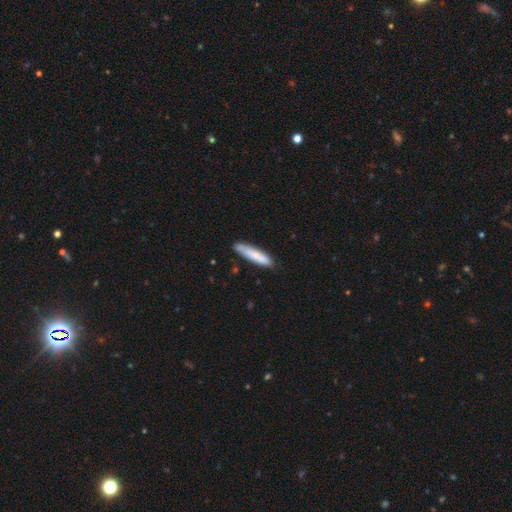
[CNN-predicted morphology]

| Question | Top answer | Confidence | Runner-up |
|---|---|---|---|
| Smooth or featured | smooth | 78% | featured or disk (17%) |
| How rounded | cigar-shaped | 87% | in between (12%) |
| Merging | none | 80% | minor disturbance (15%) |